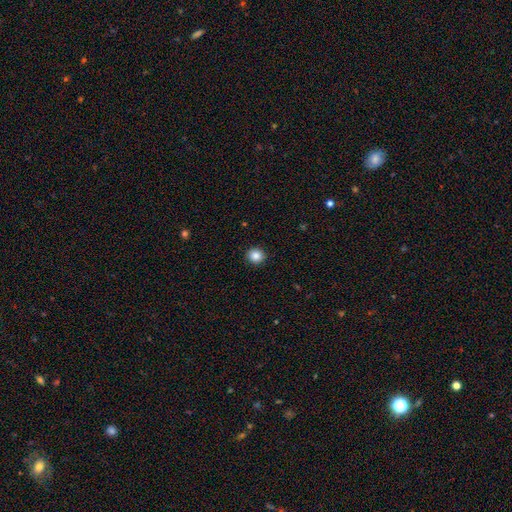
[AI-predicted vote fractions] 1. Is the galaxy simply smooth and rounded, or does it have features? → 86% smooth, 10% star or artifact, 4% featured or disk.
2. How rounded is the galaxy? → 88% round, 11% in between, 1% cigar-shaped.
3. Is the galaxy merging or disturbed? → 91% none, 6% minor disturbance, 2% major disturbance, 1% merger.